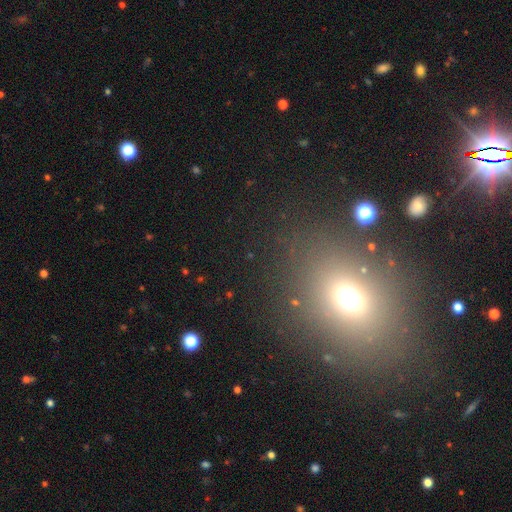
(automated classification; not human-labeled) This appears to be a smooth galaxy with no disk features (49%). Merging: none (85%).